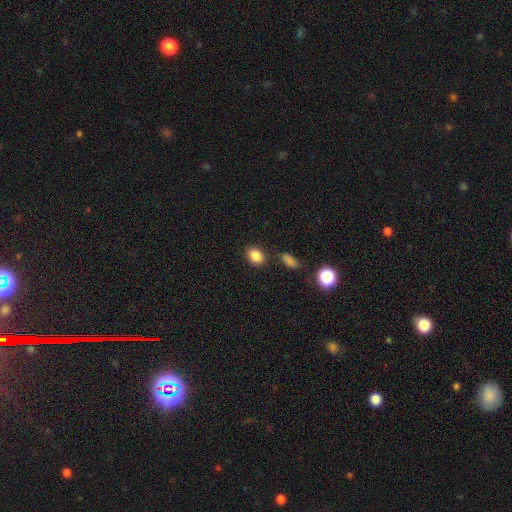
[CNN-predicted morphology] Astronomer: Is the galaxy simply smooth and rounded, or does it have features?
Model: smooth — 86%.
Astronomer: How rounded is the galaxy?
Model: in between — 70%.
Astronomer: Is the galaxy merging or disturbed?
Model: none — 82%.